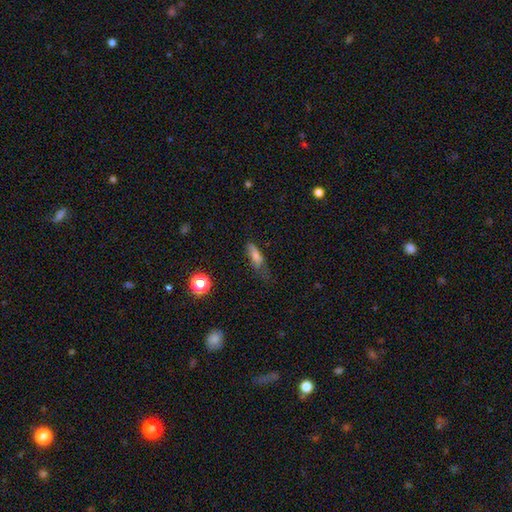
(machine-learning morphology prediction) Overall: smooth (70%). How rounded: in between (51%; cigar-shaped 45%). Merging: none (45%; minor disturbance 34%).